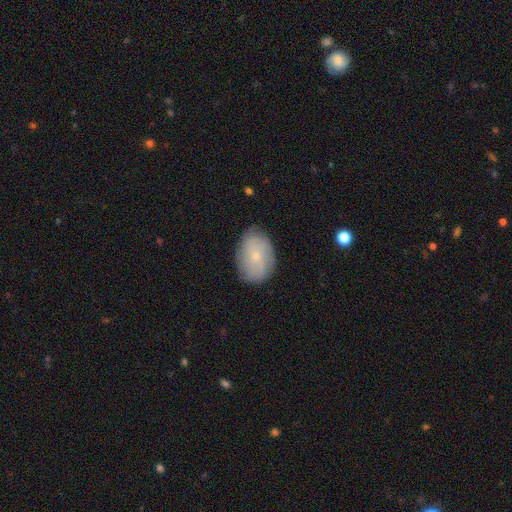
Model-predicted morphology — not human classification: A smooth galaxy with no disk features (52%) that is in between round and cigar-shaped (79%). Merging: none (80%).